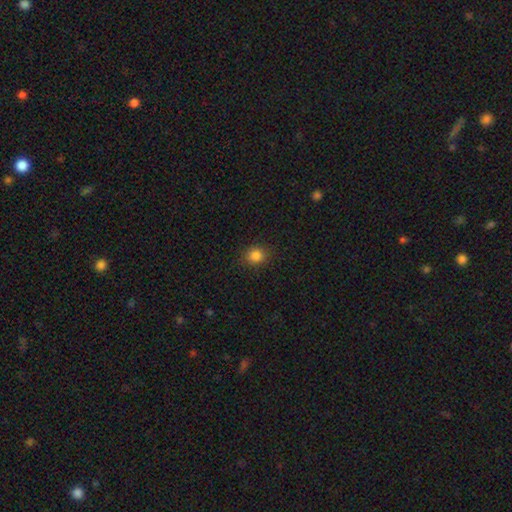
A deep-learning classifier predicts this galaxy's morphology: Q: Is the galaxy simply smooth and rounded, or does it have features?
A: smooth — 84%.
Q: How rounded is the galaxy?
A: round — 78%.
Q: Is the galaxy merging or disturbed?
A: none — 89%.